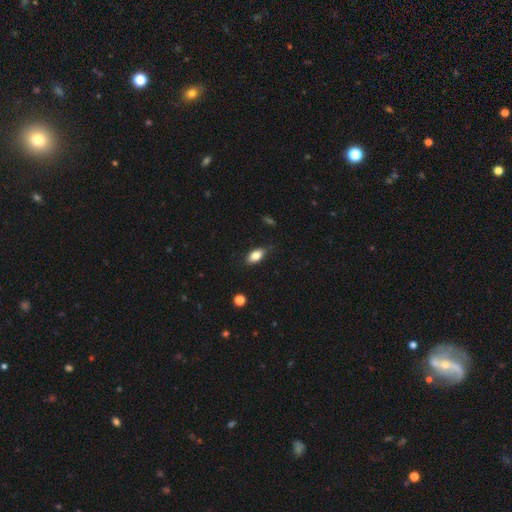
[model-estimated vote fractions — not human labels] smooth 81%, featured or disk 11%, star or artifact 8%. Down the decision tree: how rounded — in between (88%); merging — none (82%).